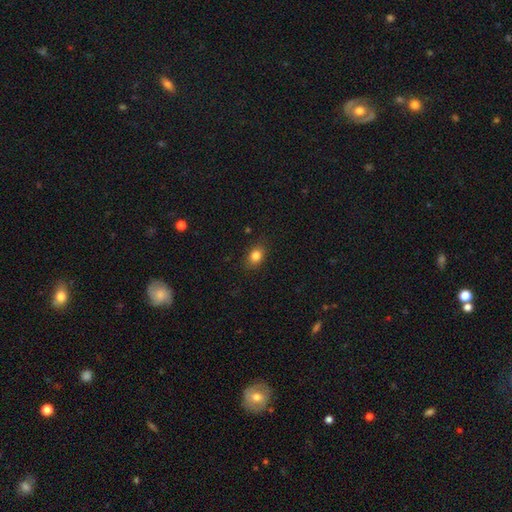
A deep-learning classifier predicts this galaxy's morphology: type=smooth (83%); roundness=in between (66%); merging=none (84%).